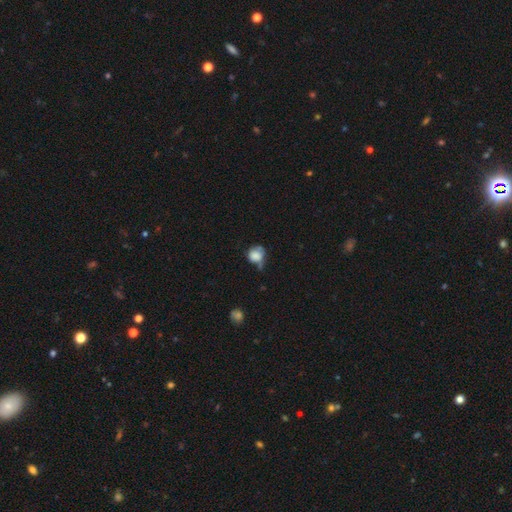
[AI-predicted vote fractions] Q: Smooth or featured?
A: smooth (77%); runner-up: featured or disk (13%)
Q: How rounded?
A: round (79%); runner-up: in between (20%)
Q: Merging?
A: none (39%); runner-up: minor disturbance (32%)